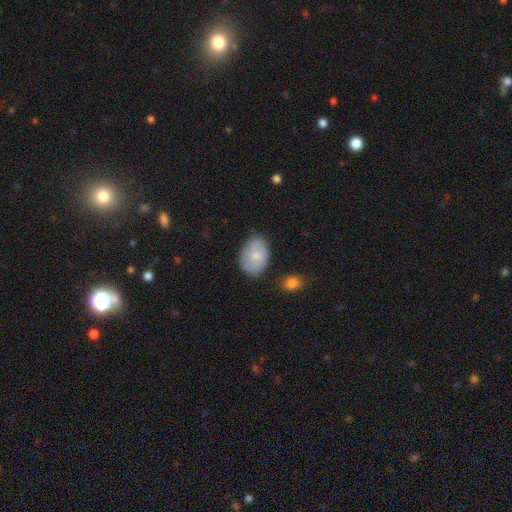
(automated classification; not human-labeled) smooth_or_featured: smooth (p=0.77) [alt: featured or disk p=0.17]
how_rounded: in between (p=0.82) [alt: round p=0.17]
merging: none (p=0.74) [alt: minor disturbance p=0.19]